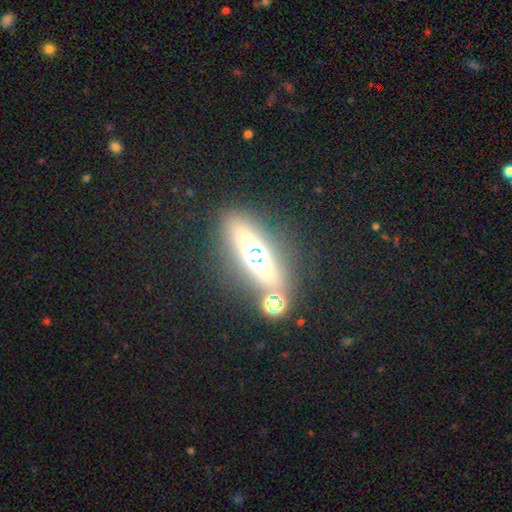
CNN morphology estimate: This appears to be a featured or disk galaxy (36%). Merging: none (81%).